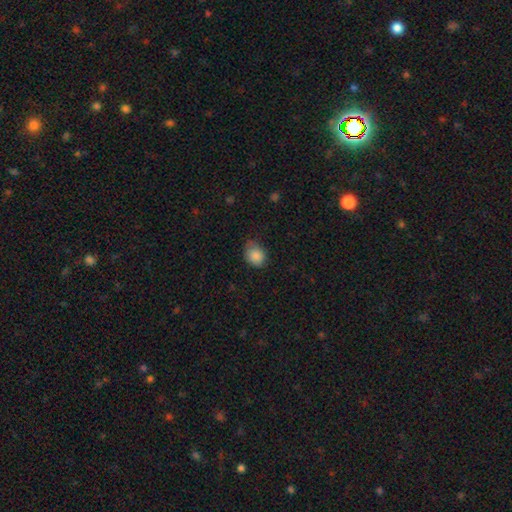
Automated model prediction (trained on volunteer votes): A smooth galaxy with no disk features (87%) that is in between round and cigar-shaped (54%).

Vote fractions:
- Smooth or featured? smooth: 87% / star or artifact: 8% / featured or disk: 5%
- How rounded? in between: 54% / round: 46% / cigar-shaped: 1%
- Merging? none: 65% / minor disturbance: 28% / major disturbance: 5% / merger: 1%